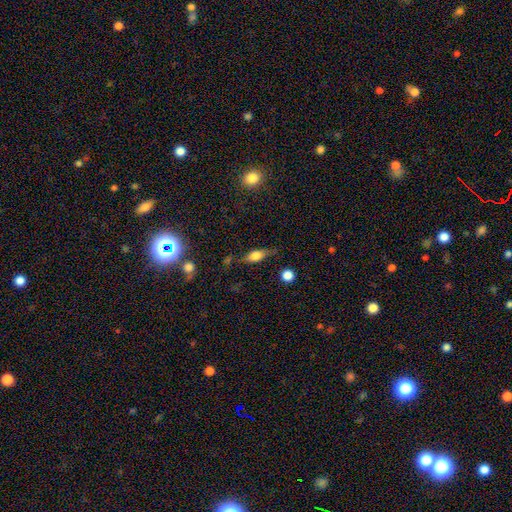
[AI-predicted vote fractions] This is possibly a smooth galaxy (58%). How rounded: likely in between (66%). Merging: likely none (69%).